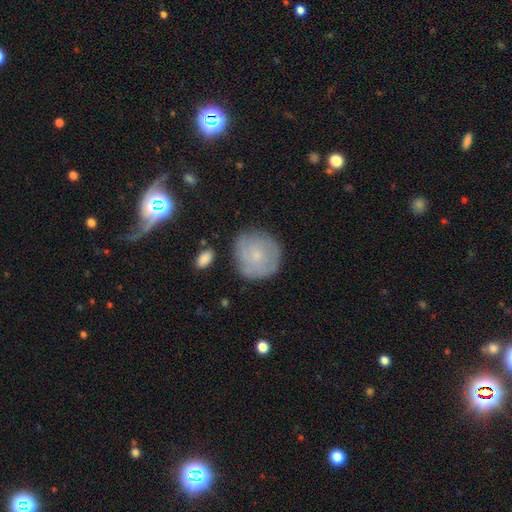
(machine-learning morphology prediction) Q: Smooth or featured?
A: smooth (57%); runner-up: featured or disk (35%)
Q: How rounded?
A: round (91%); runner-up: in between (8%)
Q: Merging?
A: none (75%); runner-up: minor disturbance (17%)